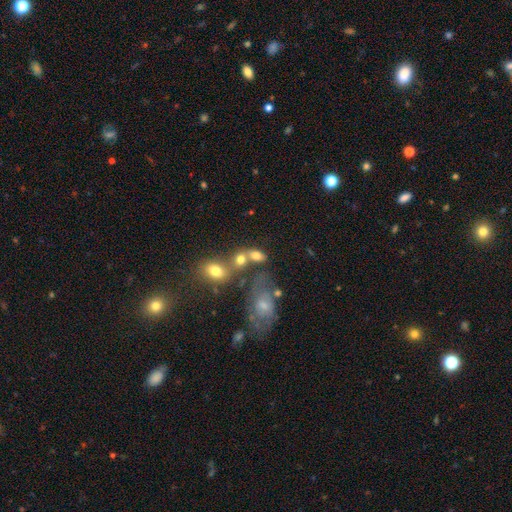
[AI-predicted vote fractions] Smooth or featured?
  - smooth: 71% *
  - featured or disk: 16%
  - star or artifact: 13%
How rounded?
  - in between: 79% *
  - round: 17%
  - cigar-shaped: 4%
Merging?
  - merger: 41% *
  - none: 35%
  - minor disturbance: 14%
  - major disturbance: 10%